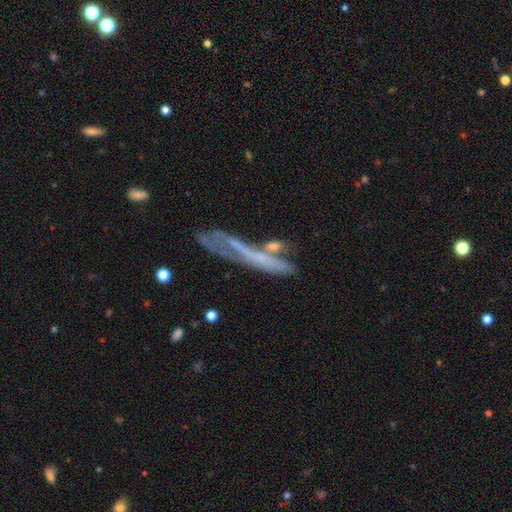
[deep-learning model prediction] The model was most divided on "merging": none: 39%, merger: 21%, major disturbance: 21%, minor disturbance: 20%. More confident: edge-on disk — yes (62%); smooth or featured — featured or disk (58%).